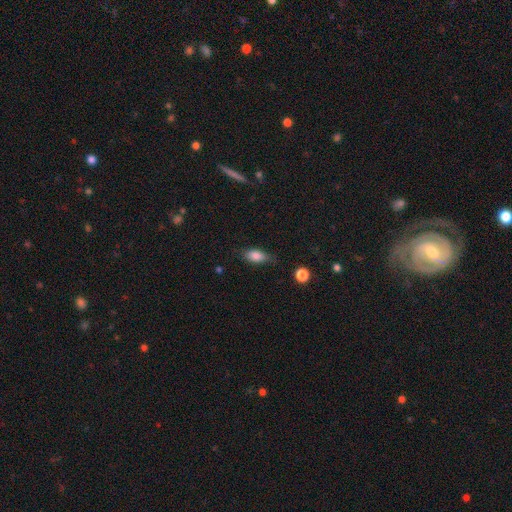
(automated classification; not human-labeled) smooth-or-featured: smooth: 82% | featured or disk: 10% | star or artifact: 8%
  how-rounded: in between: 83% | cigar-shaped: 11% | round: 6%
  merging: none: 70% | minor disturbance: 23% | major disturbance: 5% | merger: 2%